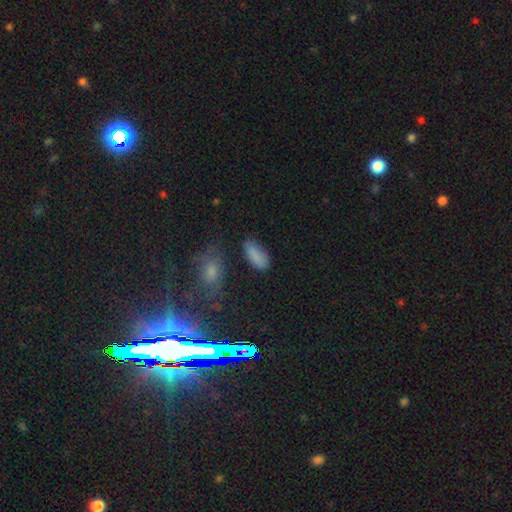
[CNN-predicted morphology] A smooth galaxy with no disk features (85%) that is in between round and cigar-shaped (85%).

Vote fractions:
- Smooth or featured? smooth: 85% / star or artifact: 9% / featured or disk: 7%
- How rounded? in between: 85% / cigar-shaped: 12% / round: 3%
- Merging? none: 69% / minor disturbance: 21% / major disturbance: 6% / merger: 4%